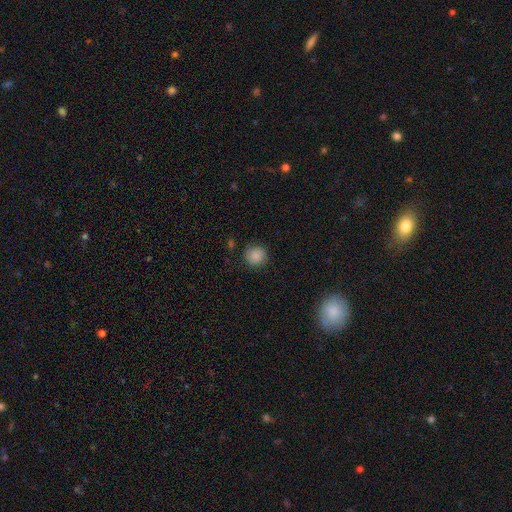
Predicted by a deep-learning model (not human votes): A smooth galaxy with no disk features (86%) that is round (90%). Merging: none (84%).